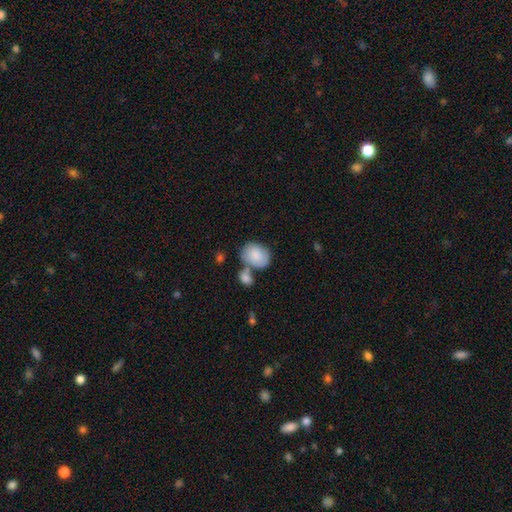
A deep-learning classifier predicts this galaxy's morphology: smooth-or-featured: smooth: 79% | featured or disk: 15% | star or artifact: 6%
  how-rounded: in between: 63% | round: 36% | cigar-shaped: 1%
  merging: none: 43% | merger: 32% | minor disturbance: 18% | major disturbance: 7%